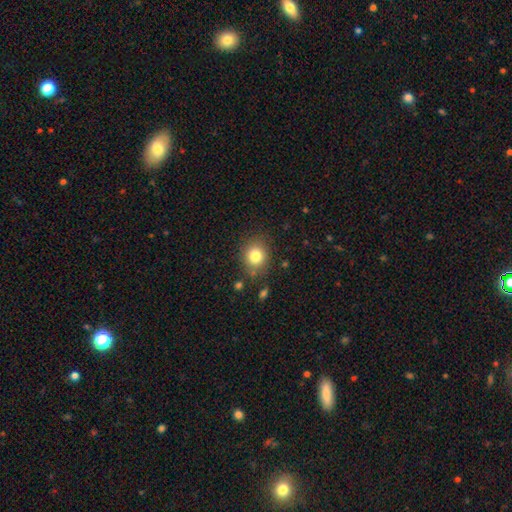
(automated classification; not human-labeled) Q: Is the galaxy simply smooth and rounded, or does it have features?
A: smooth — 81%.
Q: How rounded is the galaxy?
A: round — 75%.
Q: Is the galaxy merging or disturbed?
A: none — 82%.